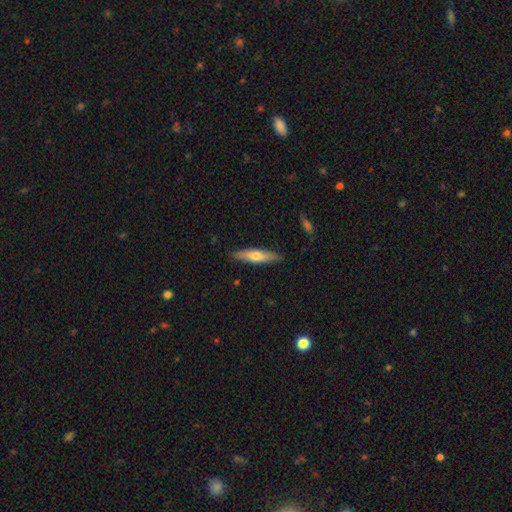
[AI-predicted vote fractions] smooth_or_featured: smooth (p=0.62) [alt: featured or disk p=0.33]
how_rounded: cigar-shaped (p=0.76) [alt: in between p=0.22]
merging: none (p=0.88) [alt: minor disturbance p=0.09]